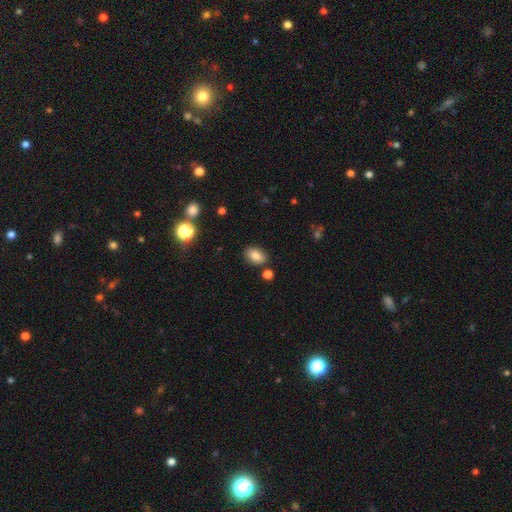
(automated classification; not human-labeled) smooth-or-featured: smooth: 84% | star or artifact: 10% | featured or disk: 7%
  how-rounded: in between: 85% | round: 14% | cigar-shaped: 1%
  merging: none: 82% | minor disturbance: 11% | merger: 4% | major disturbance: 3%